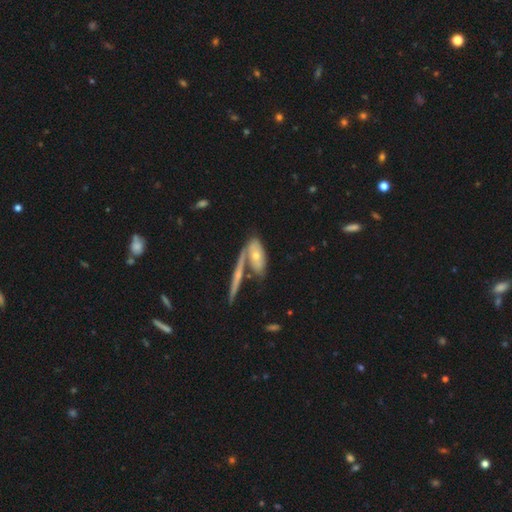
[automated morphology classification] A featured or disk galaxy (48%). Merging: none (42%).